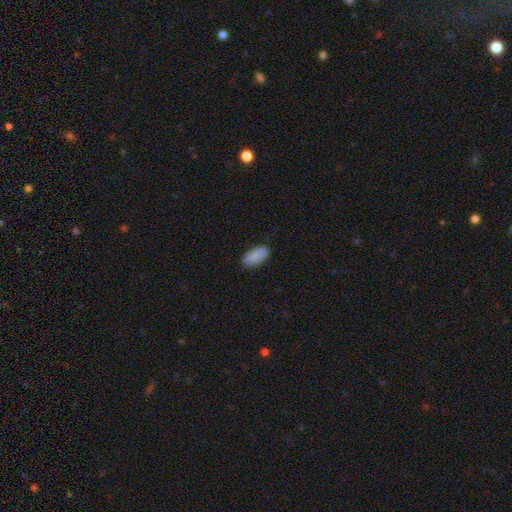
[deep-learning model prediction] This is clearly a smooth galaxy (89%). How rounded: clearly in between (90%). Merging: clearly none (85%).